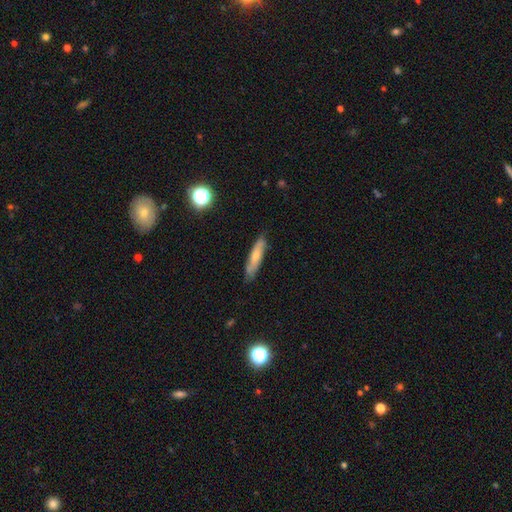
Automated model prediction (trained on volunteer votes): Smooth or featured: smooth — 63% (featured or disk — 31%)
How rounded: cigar-shaped — 79% (in between — 19%)
Merging: none — 80% (minor disturbance — 16%)